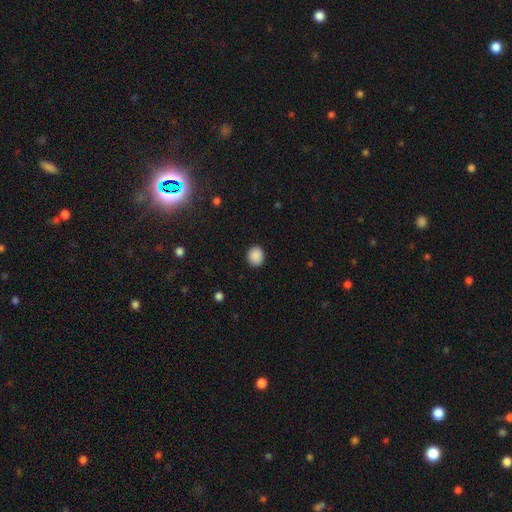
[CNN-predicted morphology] A smooth galaxy with no disk features (89%) that is round (71%).

Vote fractions:
- Smooth or featured? smooth: 89% / star or artifact: 9% / featured or disk: 3%
- How rounded? round: 71% / in between: 28% / cigar-shaped: 1%
- Merging? none: 90% / minor disturbance: 7% / major disturbance: 2% / merger: 1%